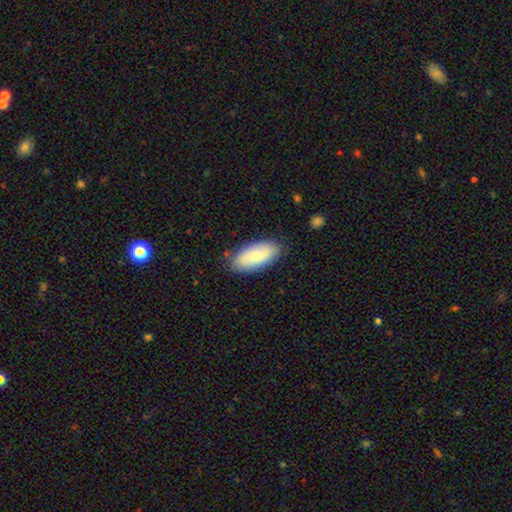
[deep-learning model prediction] Smooth or featured? smooth (70%)
How rounded? in between (92%)
Merging? none (82%)